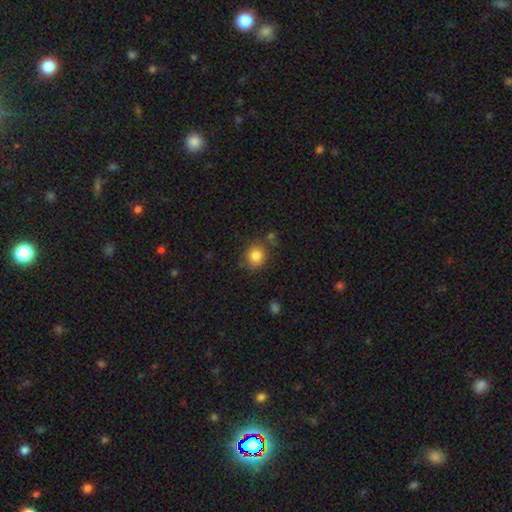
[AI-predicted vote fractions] Smooth or featured?
  - smooth: 83% *
  - star or artifact: 10%
  - featured or disk: 7%
How rounded?
  - round: 79% *
  - in between: 20%
  - cigar-shaped: 1%
Merging?
  - none: 75% *
  - minor disturbance: 15%
  - merger: 6%
  - major disturbance: 4%